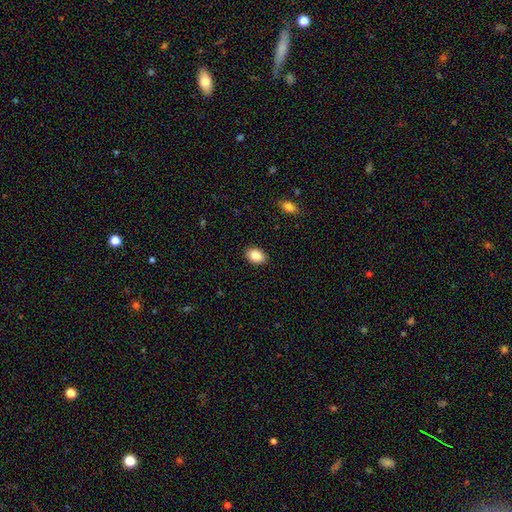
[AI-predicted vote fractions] A smooth galaxy with no disk features (86%) that is in between round and cigar-shaped (82%). Merging: none (90%).